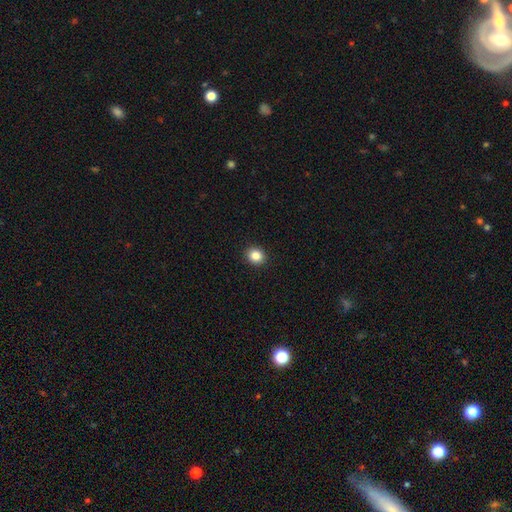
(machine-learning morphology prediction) The model was most divided on "how rounded": round: 76%, in between: 24%, cigar-shaped: 1%. More confident: merging — none (92%); smooth or featured — smooth (85%).